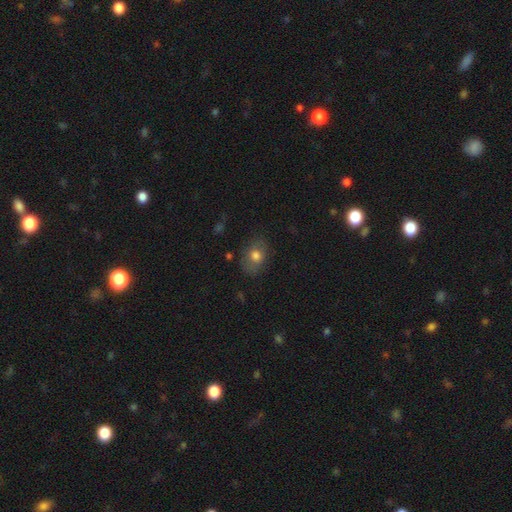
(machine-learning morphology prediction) This appears to be a smooth galaxy with no disk features (73%) that is in between round and cigar-shaped (66%). Merging: none (71%).